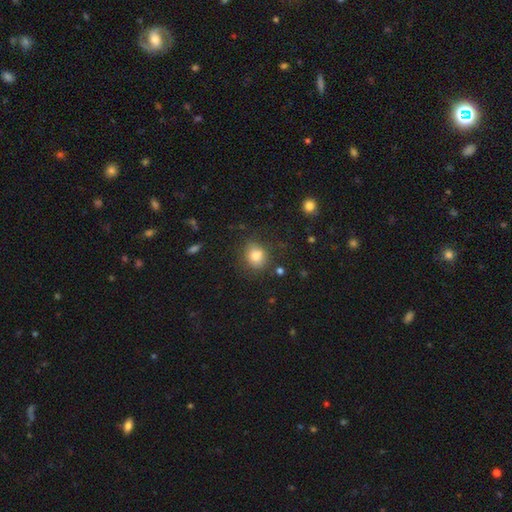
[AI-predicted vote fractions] Smooth or featured: smooth — 80% (star or artifact — 11%)
How rounded: round — 67% (in between — 32%)
Merging: none — 75% (minor disturbance — 17%)